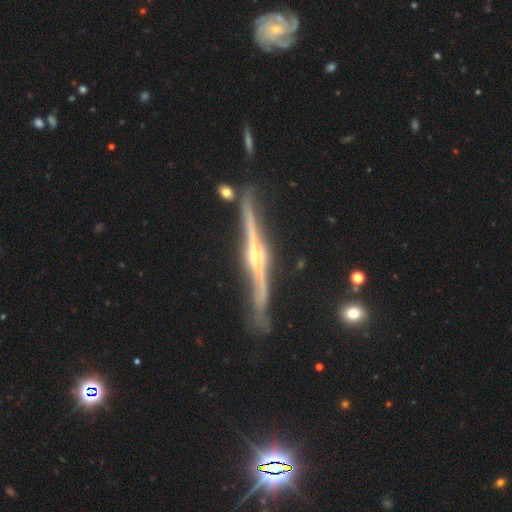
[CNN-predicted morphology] The model was most divided on "merging": none: 75%, minor disturbance: 17%, merger: 4%, major disturbance: 4%. More confident: edge-on disk — yes (98%); smooth or featured — featured or disk (90%); edge-on bulge — rounded (88%).